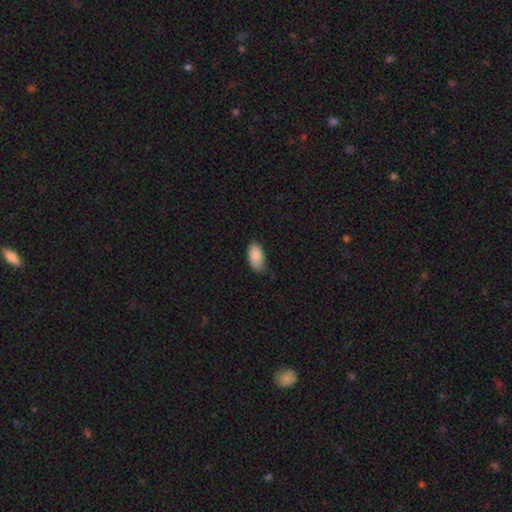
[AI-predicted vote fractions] The model was most divided on "merging": none: 64%, minor disturbance: 30%, major disturbance: 4%, merger: 1%. More confident: how rounded — in between (94%); smooth or featured — smooth (87%).